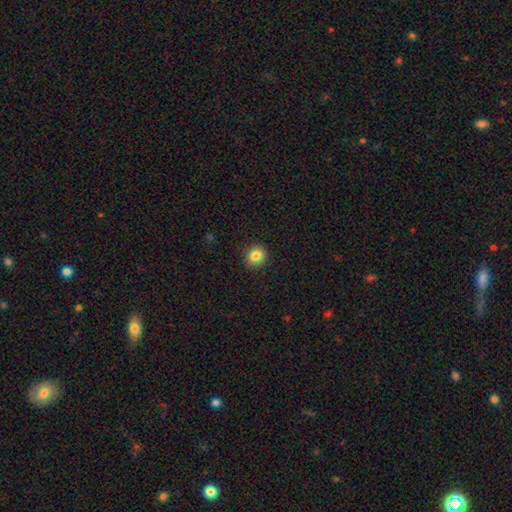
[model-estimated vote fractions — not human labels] A smooth galaxy with no disk features (84%) that is round (79%).

Vote fractions:
- Smooth or featured? smooth: 84% / star or artifact: 10% / featured or disk: 6%
- How rounded? round: 79% / in between: 20% / cigar-shaped: 1%
- Merging? none: 91% / minor disturbance: 6% / major disturbance: 2% / merger: 1%